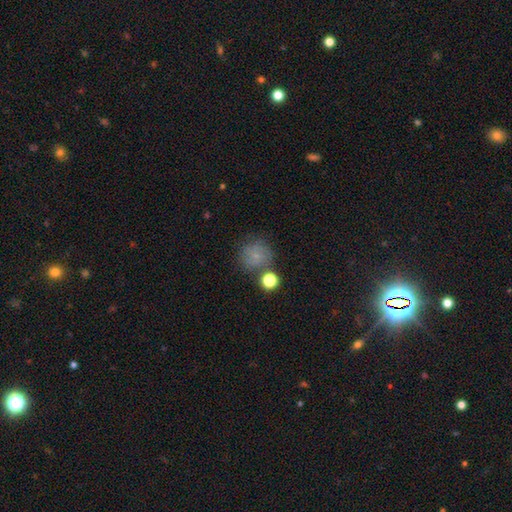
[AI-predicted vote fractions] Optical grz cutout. It shows a smooth galaxy with no disk features (66%) that is round (89%). Merging: none (67%).